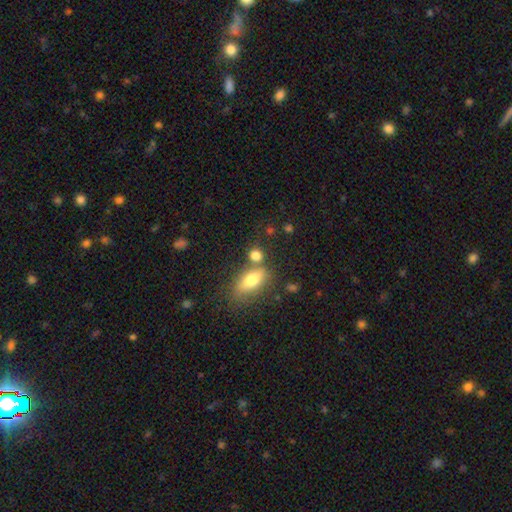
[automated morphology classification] A smooth galaxy with no disk features (79%) that is round (47%).

Vote fractions:
- Smooth or featured? smooth: 79% / star or artifact: 11% / featured or disk: 10%
- How rounded? round: 47% / in between: 46% / cigar-shaped: 7%
- Merging? none: 55% / merger: 28% / minor disturbance: 12% / major disturbance: 5%